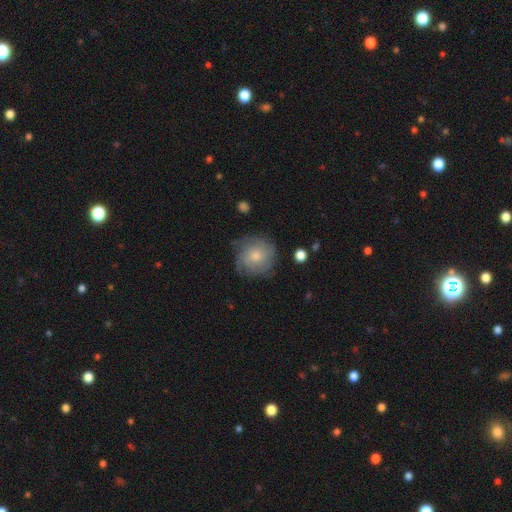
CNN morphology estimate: Smooth or featured: featured or disk — 47% (smooth — 44%)
Merging: none — 72% (minor disturbance — 19%)